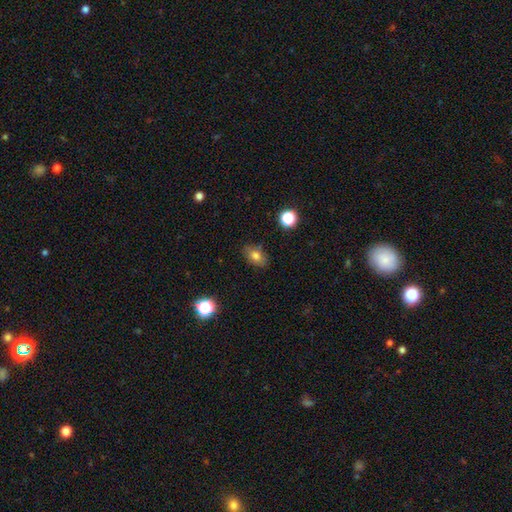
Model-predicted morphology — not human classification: Smooth or featured? smooth (77%)
How rounded? in between (82%)
Merging? none (83%)